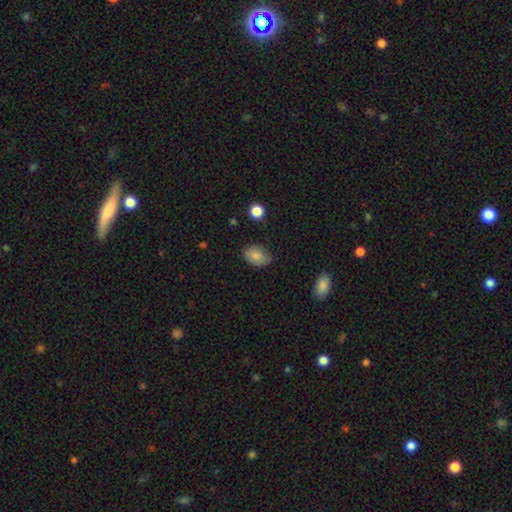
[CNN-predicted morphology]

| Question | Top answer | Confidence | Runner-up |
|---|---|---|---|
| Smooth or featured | smooth | 81% | featured or disk (10%) |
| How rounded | in between | 82% | round (17%) |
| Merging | none | 70% | minor disturbance (25%) |